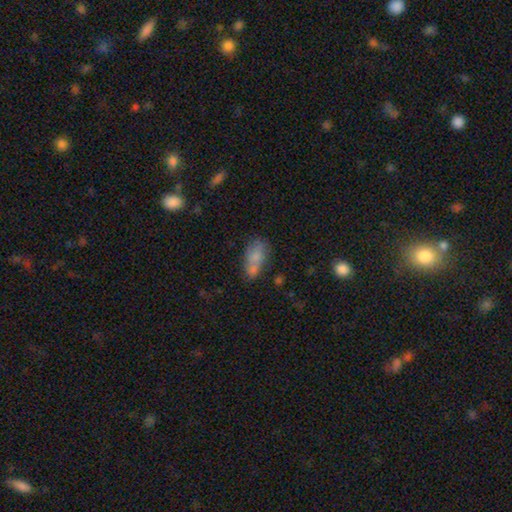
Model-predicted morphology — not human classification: A smooth galaxy with no disk features (72%) that is in between round and cigar-shaped (87%). Merging: none (47%).